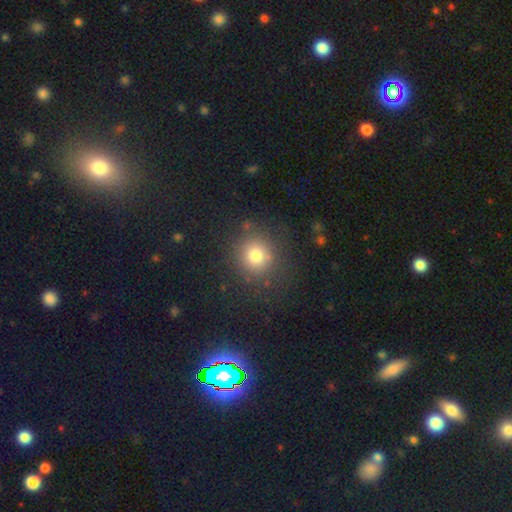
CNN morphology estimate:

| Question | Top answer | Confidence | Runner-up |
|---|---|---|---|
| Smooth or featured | smooth | 76% | star or artifact (15%) |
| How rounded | round | 89% | in between (10%) |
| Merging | none | 84% | minor disturbance (9%) |